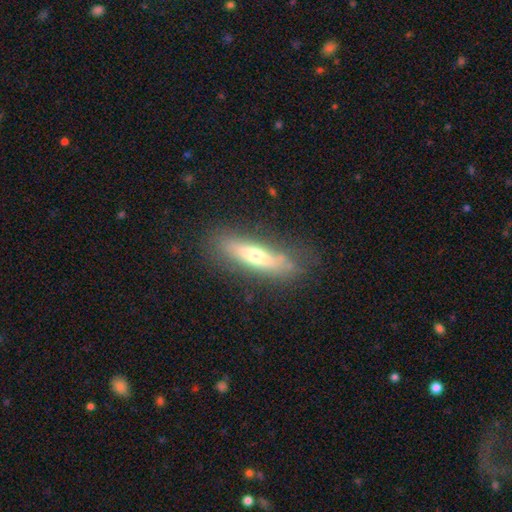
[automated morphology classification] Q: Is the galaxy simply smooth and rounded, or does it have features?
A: smooth — 50%.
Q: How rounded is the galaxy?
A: cigar-shaped — 75%.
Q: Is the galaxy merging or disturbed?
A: none — 75%.